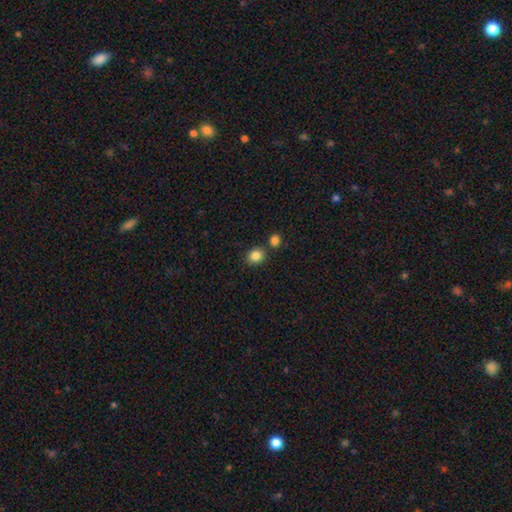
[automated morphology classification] This is clearly a smooth galaxy (86%). How rounded: likely round (63%). Merging: likely none (75%).